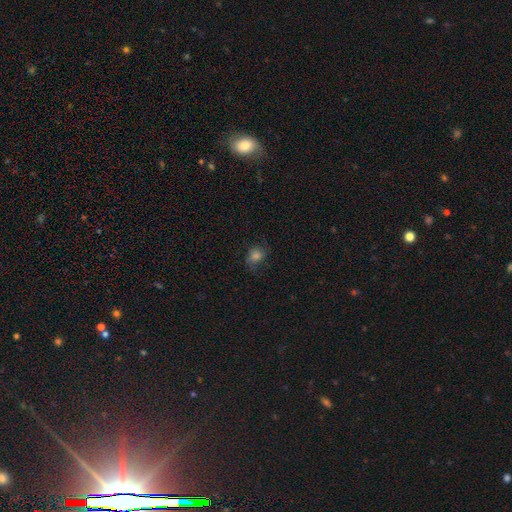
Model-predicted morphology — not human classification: type=smooth (73%); roundness=round (53%); merging=none (65%).